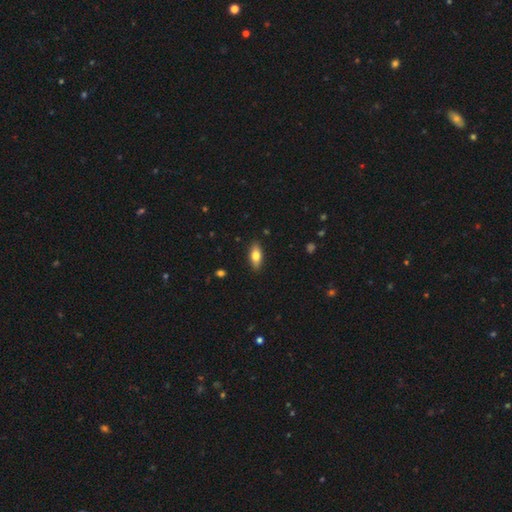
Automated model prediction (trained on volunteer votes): Smooth or featured?
  - smooth: 70% *
  - featured or disk: 23%
  - star or artifact: 7%
How rounded?
  - in between: 77% *
  - cigar-shaped: 20%
  - round: 3%
Merging?
  - none: 88% *
  - minor disturbance: 9%
  - major disturbance: 2%
  - merger: 1%